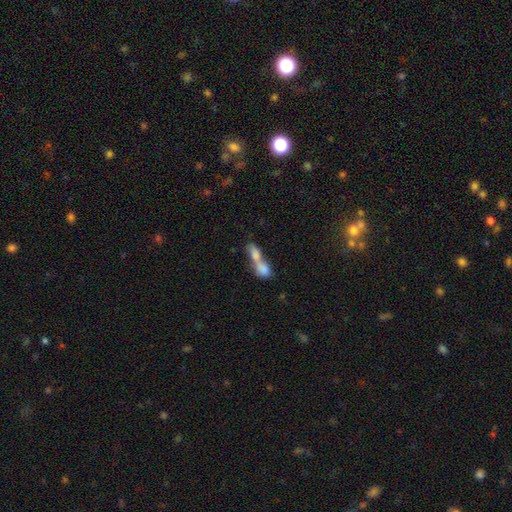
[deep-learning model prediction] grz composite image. It shows a smooth galaxy with no disk features (69%) that is in between round and cigar-shaped (62%). Merging: merger (76%).